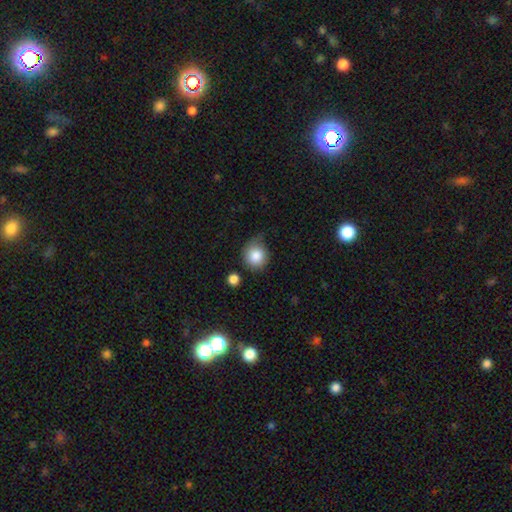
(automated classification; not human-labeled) smooth 84%, star or artifact 9%, featured or disk 7%. Down the decision tree: how rounded — round (85%); merging — none (64%).